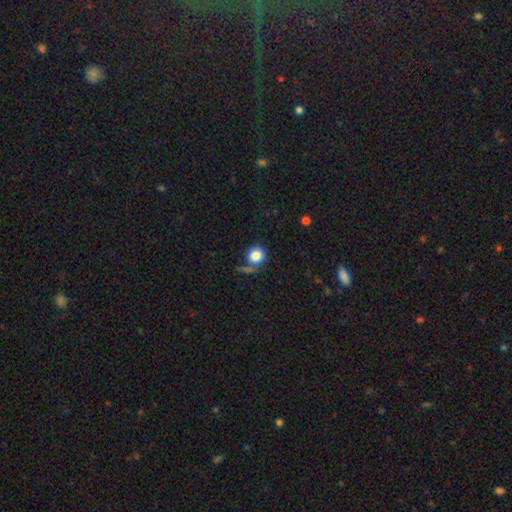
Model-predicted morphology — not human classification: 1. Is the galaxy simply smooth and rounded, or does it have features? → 83% smooth, 10% star or artifact, 7% featured or disk.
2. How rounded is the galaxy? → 88% round, 11% in between, 1% cigar-shaped.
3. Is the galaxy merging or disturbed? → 65% none, 14% merger, 14% minor disturbance, 7% major disturbance.